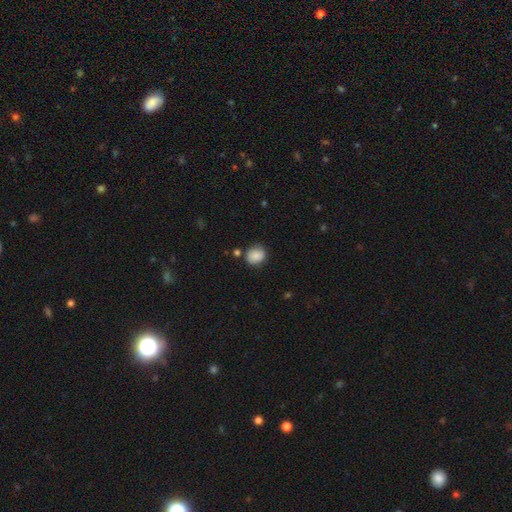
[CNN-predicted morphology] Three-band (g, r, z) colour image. It shows a smooth galaxy with no disk features (83%) that is round (75%). Merging: none (74%).